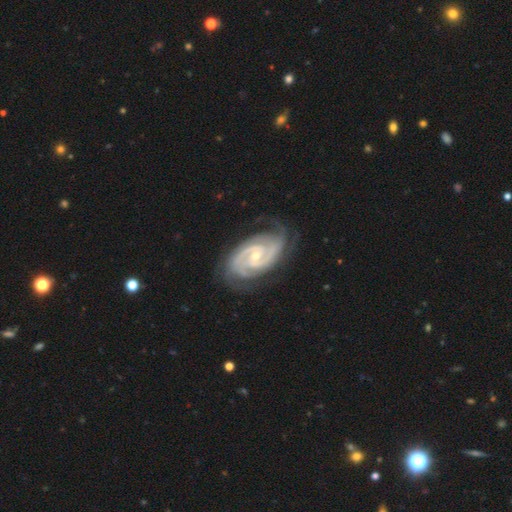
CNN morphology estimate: Smooth or featured: featured or disk — 93% (star or artifact — 4%)
Edge-on disk: no — 97% (yes — 3%)
Bar: weak — 43% (no — 41%)
Spiral arms: yes — 99% (no — 1%)
Spiral winding: tight — 64% (medium — 31%)
Spiral arm count: 2 — 63% (3 — 16%)
Bulge size: small — 64% (moderate — 32%)
Merging: none — 76% (minor disturbance — 17%)